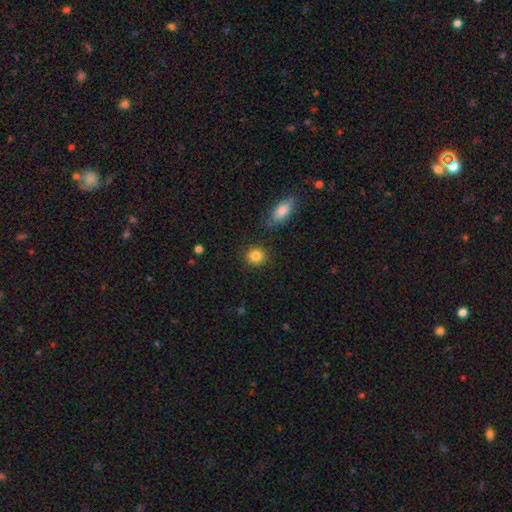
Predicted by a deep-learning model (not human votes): Q: Smooth or featured?
A: smooth (87%); runner-up: star or artifact (9%)
Q: How rounded?
A: round (83%); runner-up: in between (15%)
Q: Merging?
A: none (86%); runner-up: minor disturbance (8%)